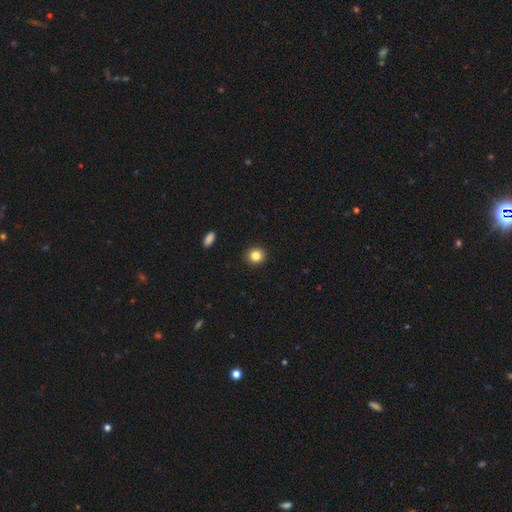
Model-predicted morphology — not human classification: Q: Smooth or featured?
A: smooth (84%); runner-up: star or artifact (11%)
Q: How rounded?
A: round (85%); runner-up: in between (14%)
Q: Merging?
A: none (92%); runner-up: minor disturbance (5%)